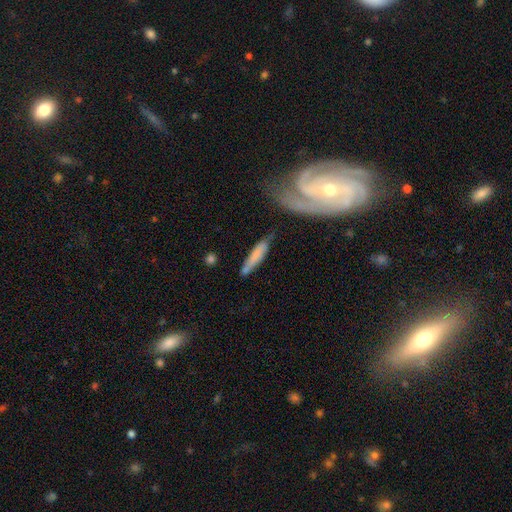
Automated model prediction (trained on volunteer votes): Smooth or featured? smooth (65%)
How rounded? cigar-shaped (85%)
Merging? none (61%)